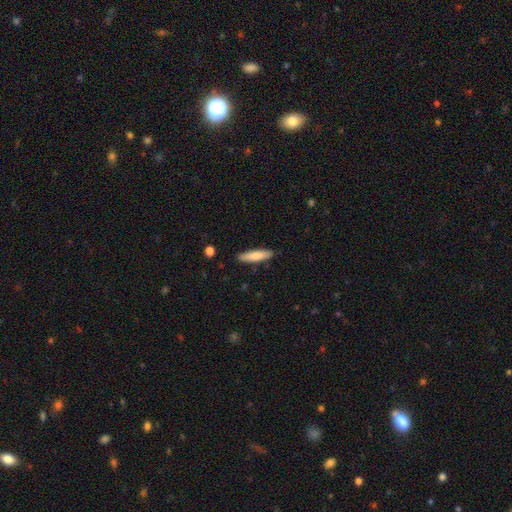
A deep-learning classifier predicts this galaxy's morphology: This is likely a smooth galaxy (79%). How rounded: likely cigar-shaped (75%). Merging: clearly none (88%).